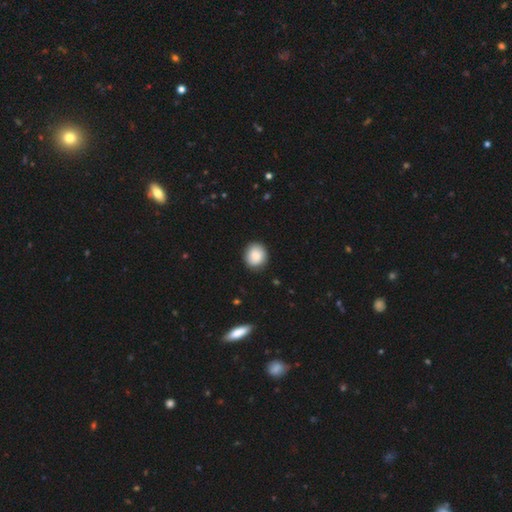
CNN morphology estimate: Smooth or featured?
  - smooth: 87% *
  - star or artifact: 7%
  - featured or disk: 6%
How rounded?
  - round: 79% *
  - in between: 20%
  - cigar-shaped: 1%
Merging?
  - none: 87% *
  - minor disturbance: 10%
  - major disturbance: 2%
  - merger: 1%